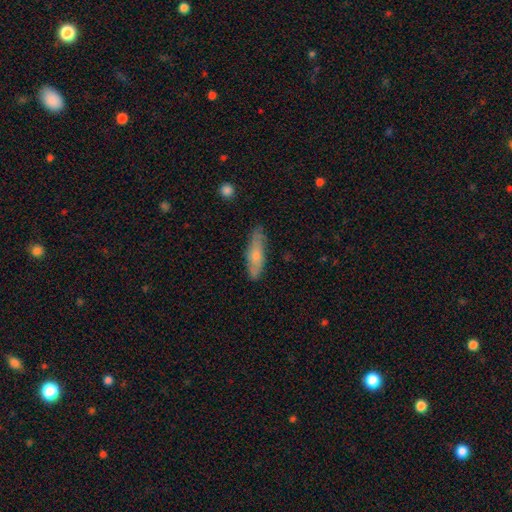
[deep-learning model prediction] Morphology: type=smooth (62%); roundness=cigar-shaped (61%); merging=none (79%).